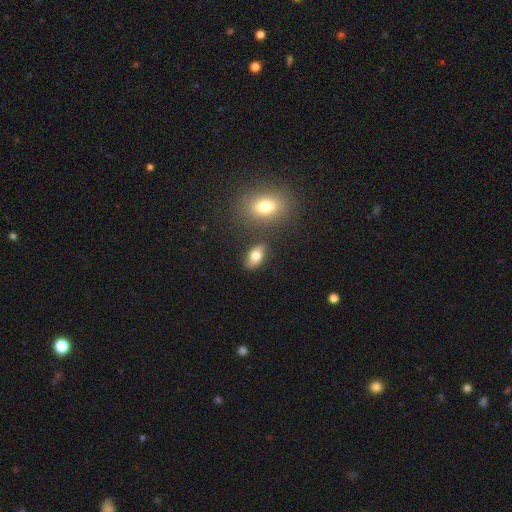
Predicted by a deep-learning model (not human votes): smooth-or-featured: smooth: 77% | featured or disk: 15% | star or artifact: 8%
  how-rounded: in between: 90% | round: 7% | cigar-shaped: 3%
  merging: none: 79% | minor disturbance: 12% | merger: 5% | major disturbance: 3%